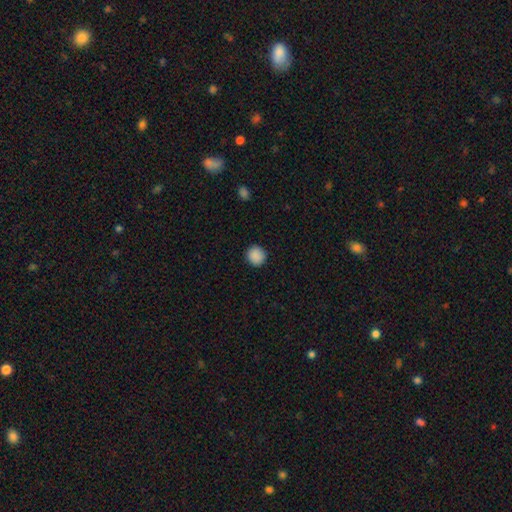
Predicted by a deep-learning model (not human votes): Smooth or featured: smooth — 89% (star or artifact — 8%)
How rounded: round — 92% (in between — 7%)
Merging: none — 91% (minor disturbance — 6%)